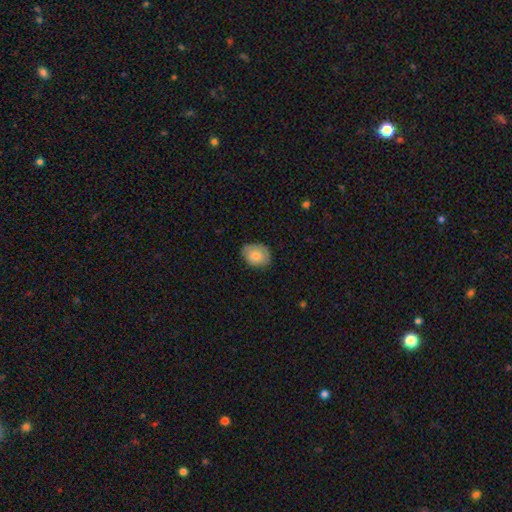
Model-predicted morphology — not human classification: Smooth or featured: smooth — 78% (featured or disk — 15%)
How rounded: in between — 60% (round — 39%)
Merging: none — 63% (minor disturbance — 30%)